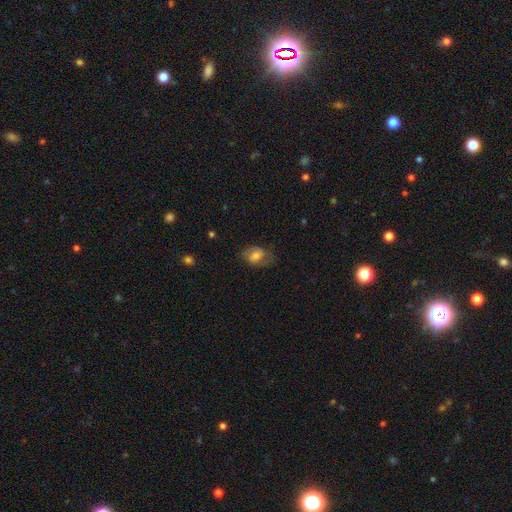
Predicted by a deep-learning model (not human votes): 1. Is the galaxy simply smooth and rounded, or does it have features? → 47% featured or disk, 45% smooth, 9% star or artifact.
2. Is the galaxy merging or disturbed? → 65% none, 22% minor disturbance, 12% major disturbance, 1% merger.